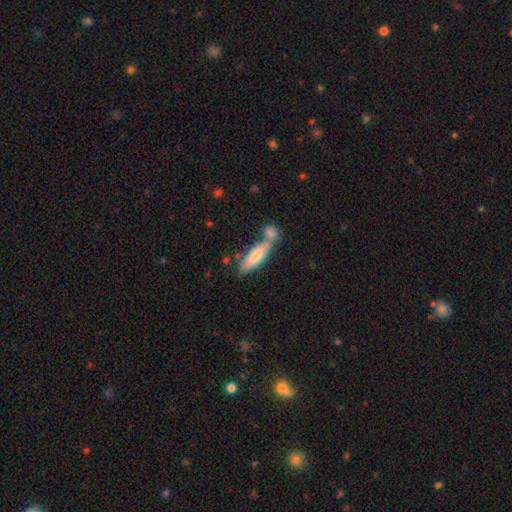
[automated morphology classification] A smooth galaxy with no disk features (69%) that is cigar-shaped (54%). Merging: none (51%).